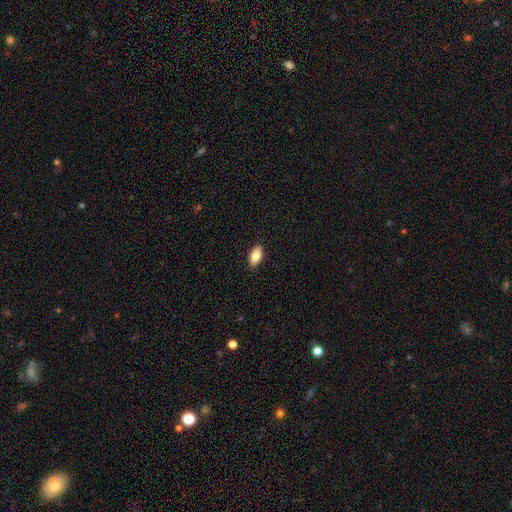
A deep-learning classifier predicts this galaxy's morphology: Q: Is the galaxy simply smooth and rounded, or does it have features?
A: smooth — 80%.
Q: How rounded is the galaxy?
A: in between — 88%.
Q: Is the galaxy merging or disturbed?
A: none — 89%.